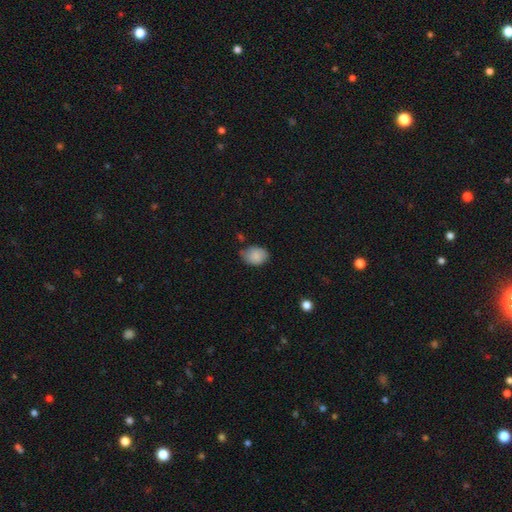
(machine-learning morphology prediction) Smooth or featured? Predicted: smooth (p=0.86). How rounded? Predicted: in between (p=0.71). Merging? Predicted: none (p=0.61).